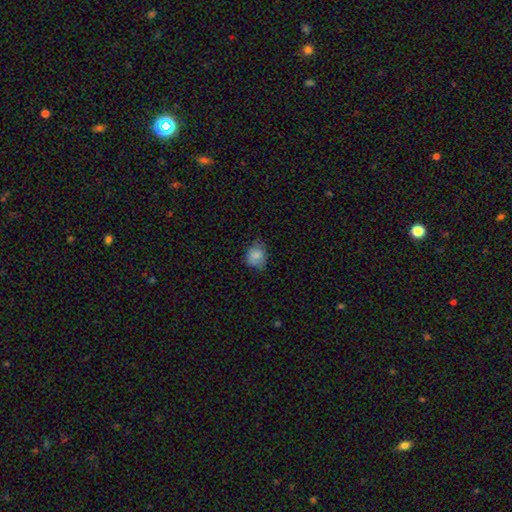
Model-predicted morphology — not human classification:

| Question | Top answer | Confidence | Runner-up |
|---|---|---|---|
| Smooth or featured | smooth | 82% | star or artifact (9%) |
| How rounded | round | 53% | in between (46%) |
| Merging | none | 61% | minor disturbance (30%) |